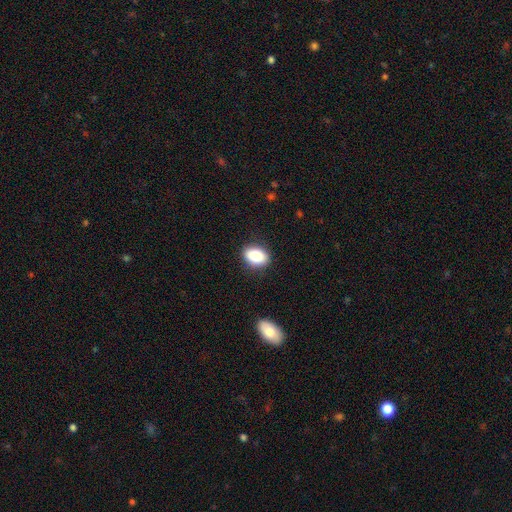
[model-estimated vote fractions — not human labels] Smooth or featured? Predicted: smooth (p=0.87). How rounded? Predicted: in between (p=0.81). Merging? Predicted: none (p=0.86).